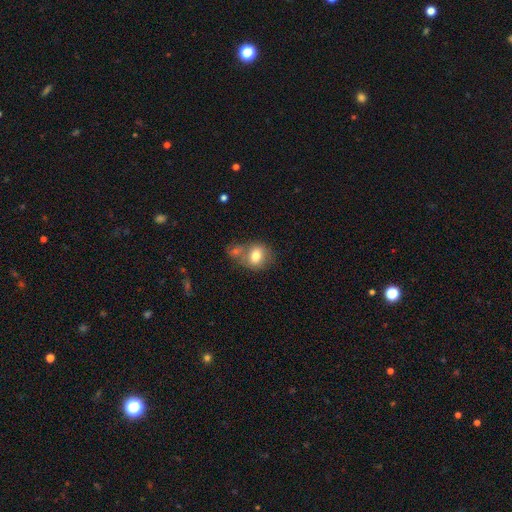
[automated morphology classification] Smooth or featured? Predicted: smooth (p=0.77). How rounded? Predicted: round (p=0.55). Merging? Predicted: none (p=0.42).